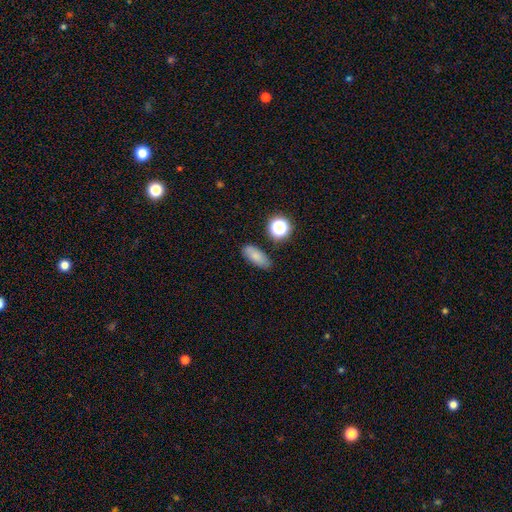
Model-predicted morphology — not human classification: Smooth or featured: smooth — 79% (star or artifact — 11%)
How rounded: in between — 78% (cigar-shaped — 14%)
Merging: none — 81% (minor disturbance — 13%)